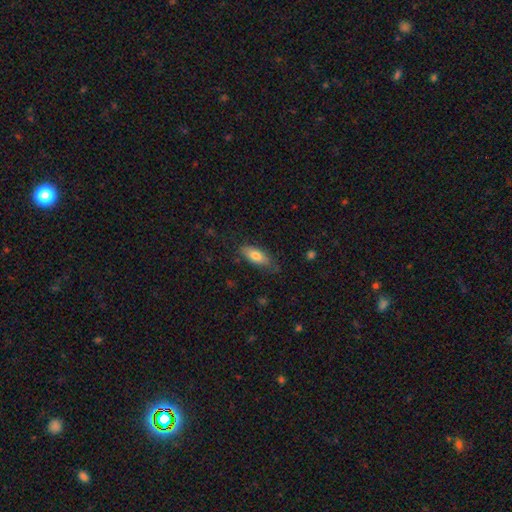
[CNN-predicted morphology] smooth_or_featured: smooth (p=0.76) [alt: featured or disk p=0.17]
how_rounded: in between (p=0.77) [alt: cigar-shaped p=0.21]
merging: none (p=0.73) [alt: minor disturbance p=0.21]